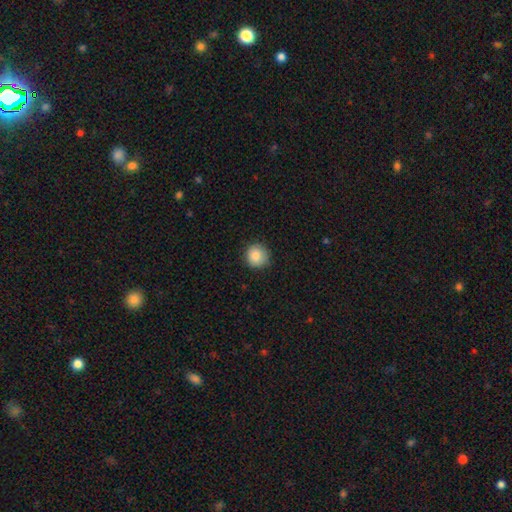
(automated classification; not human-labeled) smooth 86%, star or artifact 8%, featured or disk 5%. Down the decision tree: how rounded — round (93%); merging — none (86%).